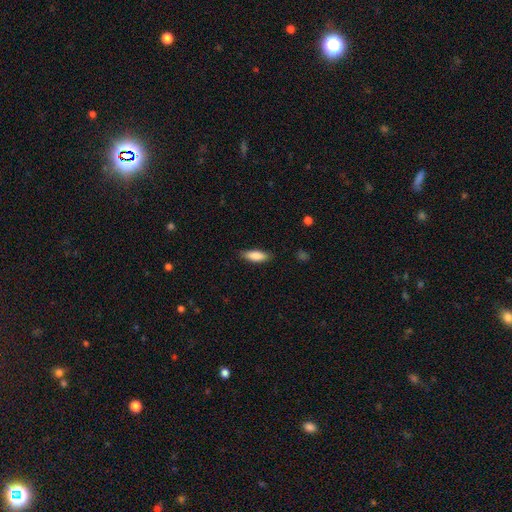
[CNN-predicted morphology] Q: Smooth or featured?
A: smooth (86%); runner-up: featured or disk (8%)
Q: How rounded?
A: in between (64%); runner-up: cigar-shaped (34%)
Q: Merging?
A: none (84%); runner-up: minor disturbance (12%)